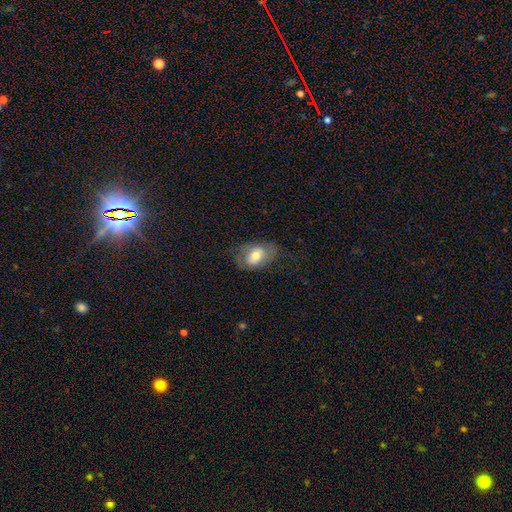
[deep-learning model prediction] This is possibly a smooth galaxy (51%). How rounded: clearly in between (82%). Merging: possibly none (58%).